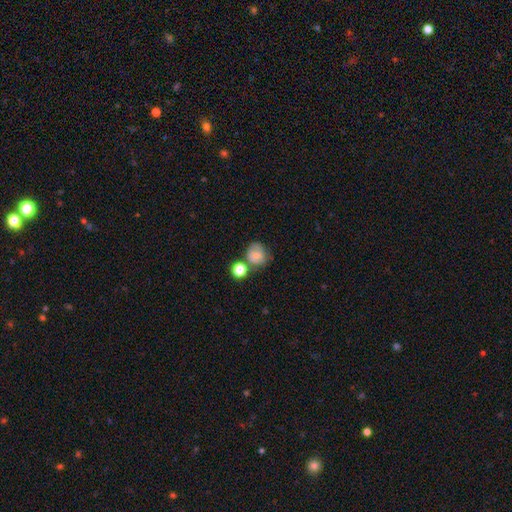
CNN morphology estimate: smooth 74%, featured or disk 15%, star or artifact 11%. Down the decision tree: how rounded — round (73%); merging — none (50%).